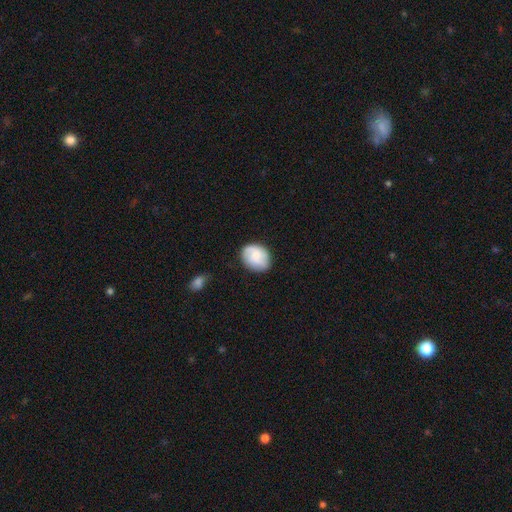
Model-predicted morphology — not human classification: type=smooth (65%); roundness=in between (51%); merging=none (78%).